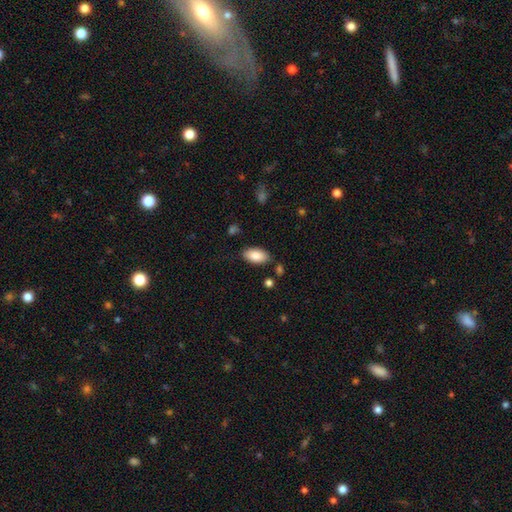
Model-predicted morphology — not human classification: A smooth galaxy with no disk features (87%) that is in between round and cigar-shaped (94%).

Vote fractions:
- Smooth or featured? smooth: 87% / featured or disk: 7% / star or artifact: 6%
- How rounded? in between: 94% / cigar-shaped: 3% / round: 3%
- Merging? none: 83% / minor disturbance: 12% / major disturbance: 3% / merger: 3%